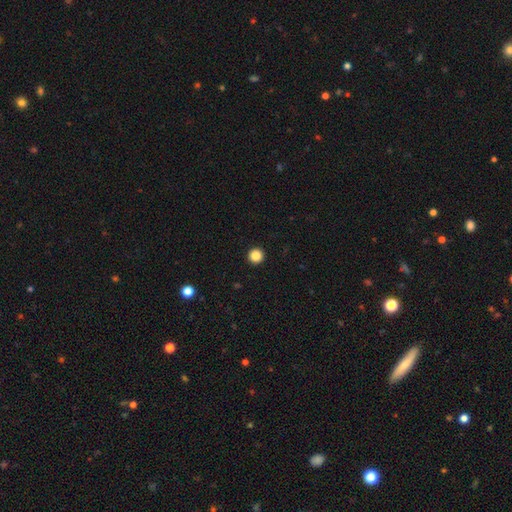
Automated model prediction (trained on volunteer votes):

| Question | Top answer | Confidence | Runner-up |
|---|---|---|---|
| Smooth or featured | smooth | 85% | star or artifact (11%) |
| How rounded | round | 97% | in between (2%) |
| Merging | none | 94% | minor disturbance (3%) |